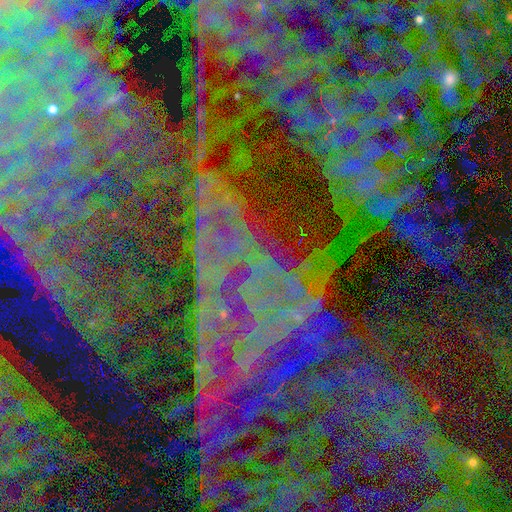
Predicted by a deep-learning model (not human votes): This is clearly a star or artifact rather than a galaxy (86%).